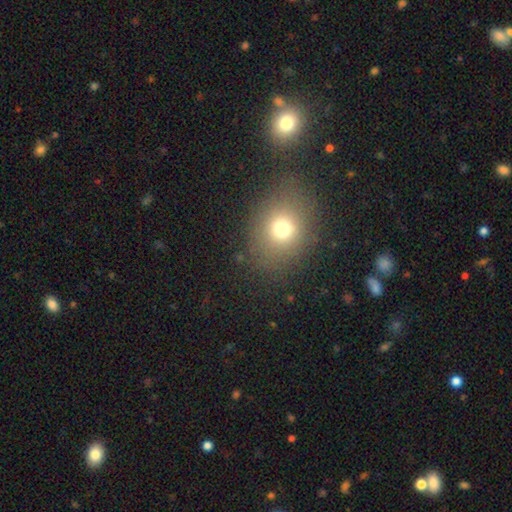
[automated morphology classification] Smooth or featured?
  - smooth: 68% *
  - star or artifact: 21%
  - featured or disk: 11%
How rounded?
  - round: 61% *
  - in between: 37%
  - cigar-shaped: 1%
Merging?
  - none: 81% *
  - minor disturbance: 10%
  - merger: 6%
  - major disturbance: 4%